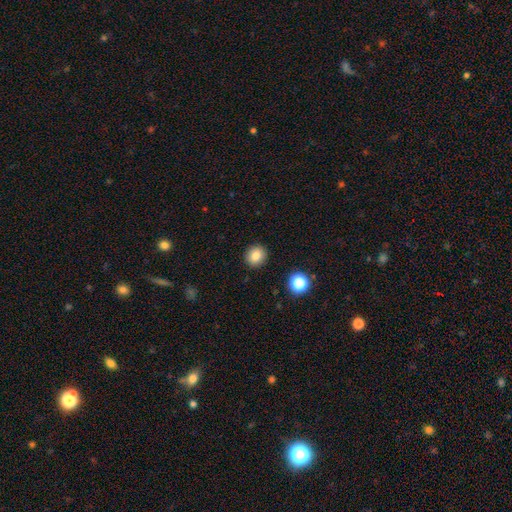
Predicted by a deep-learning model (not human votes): smooth_or_featured: smooth (p=0.83) [alt: star or artifact p=0.11]
how_rounded: round (p=0.84) [alt: in between p=0.15]
merging: none (p=0.91) [alt: minor disturbance p=0.06]